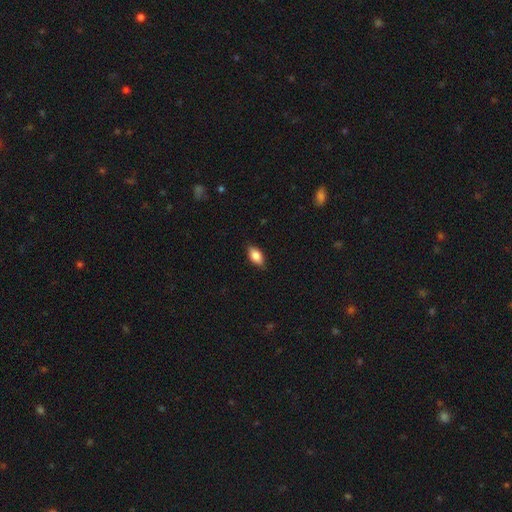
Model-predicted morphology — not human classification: type=smooth (80%); roundness=in between (88%); merging=none (84%).